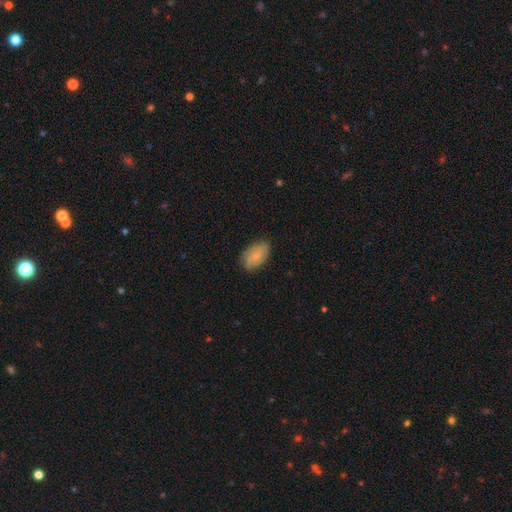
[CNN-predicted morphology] The model was most divided on "smooth or featured": smooth: 61%, featured or disk: 32%, star or artifact: 7%. More confident: how rounded — in between (91%); merging — none (79%).